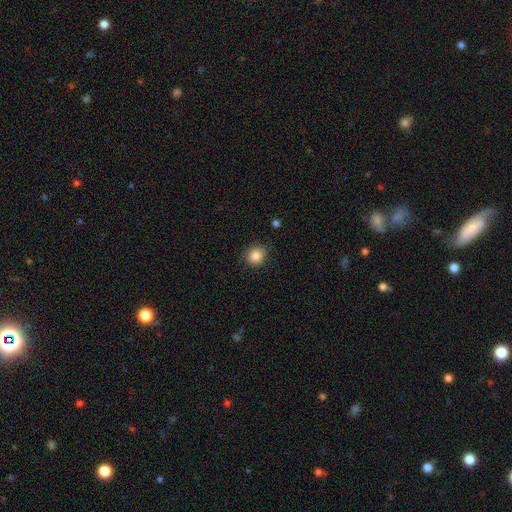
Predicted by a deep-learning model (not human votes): Morphology: type=smooth (85%); roundness=round (86%); merging=none (87%).